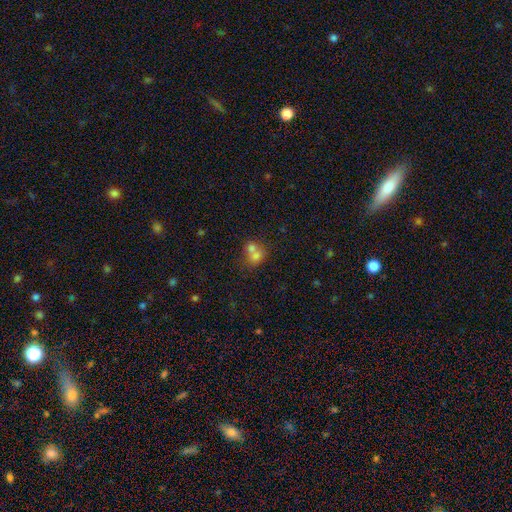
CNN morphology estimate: Smooth or featured? Predicted: smooth (p=0.67). How rounded? Predicted: round (p=0.63). Merging? Predicted: merger (p=0.68).